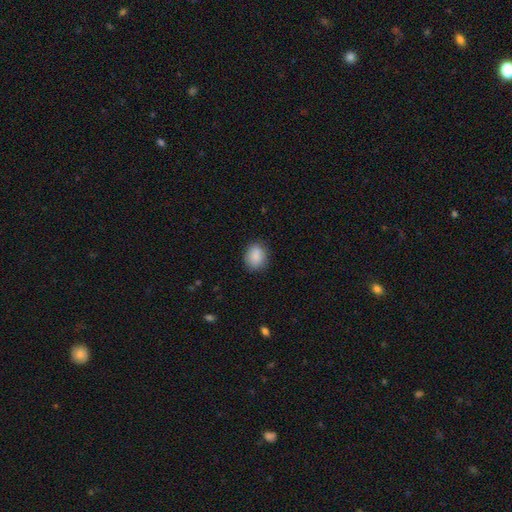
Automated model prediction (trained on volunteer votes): smooth-or-featured: smooth: 88% | star or artifact: 8% | featured or disk: 5%
  how-rounded: round: 50% | in between: 49% | cigar-shaped: 1%
  merging: none: 83% | minor disturbance: 12% | major disturbance: 3% | merger: 1%